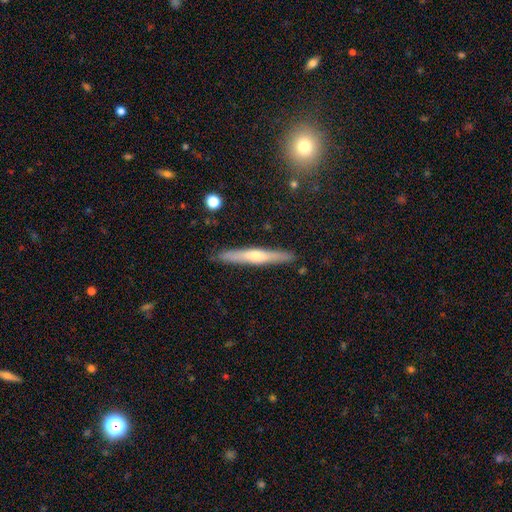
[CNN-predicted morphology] smooth-or-featured: featured or disk: 52% | smooth: 42% | star or artifact: 6%
  disk-edge-on: yes: 95% | no: 5%
  merging: none: 89% | minor disturbance: 8% | major disturbance: 2% | merger: 1%